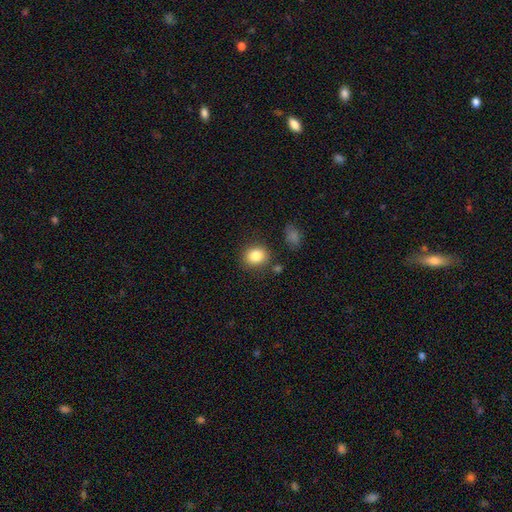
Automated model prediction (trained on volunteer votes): Smooth or featured?
  - smooth: 84% *
  - star or artifact: 10%
  - featured or disk: 6%
How rounded?
  - round: 71% *
  - in between: 28%
  - cigar-shaped: 1%
Merging?
  - none: 81% *
  - minor disturbance: 11%
  - merger: 4%
  - major disturbance: 3%